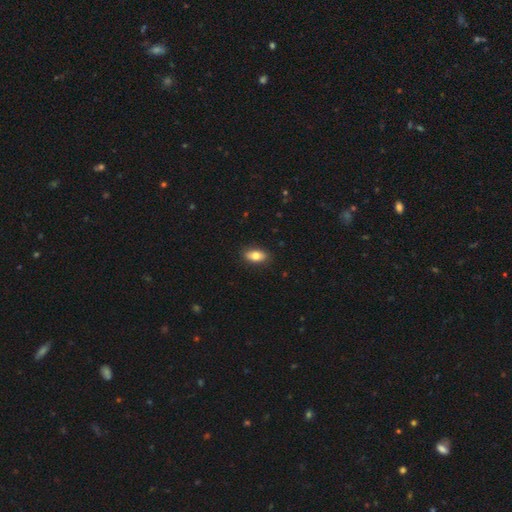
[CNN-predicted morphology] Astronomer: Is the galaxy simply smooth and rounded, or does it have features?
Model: smooth — 77%.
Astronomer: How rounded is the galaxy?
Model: in between — 88%.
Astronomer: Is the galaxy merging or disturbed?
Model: none — 86%.